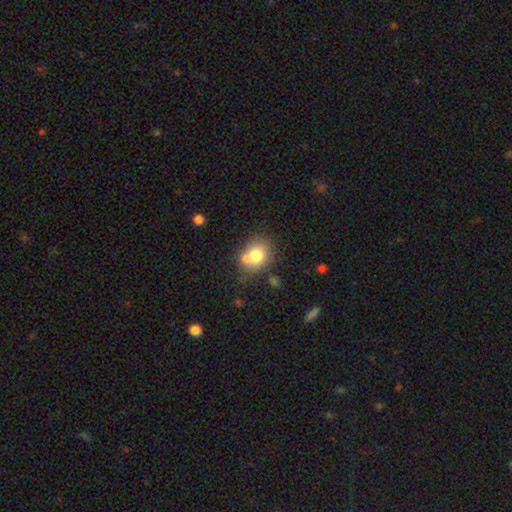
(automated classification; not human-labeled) Smooth or featured? smooth (74%)
How rounded? round (61%)
Merging? none (54%)